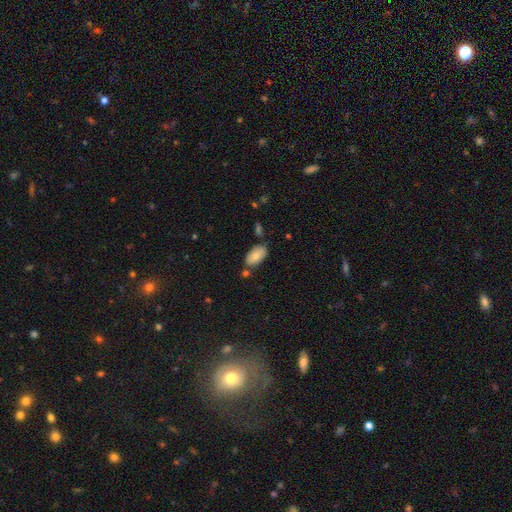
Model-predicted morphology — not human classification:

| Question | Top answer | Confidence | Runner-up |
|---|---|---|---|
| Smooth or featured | smooth | 80% | featured or disk (14%) |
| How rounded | in between | 94% | round (4%) |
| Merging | none | 74% | minor disturbance (15%) |